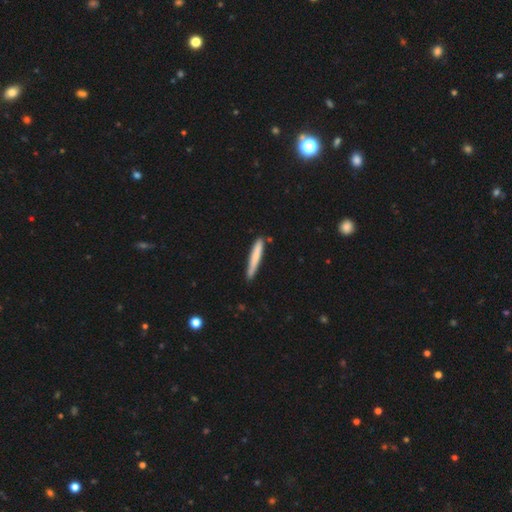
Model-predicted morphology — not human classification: Q: Smooth or featured?
A: smooth (74%); runner-up: featured or disk (20%)
Q: How rounded?
A: cigar-shaped (95%); runner-up: in between (4%)
Q: Merging?
A: none (82%); runner-up: minor disturbance (13%)